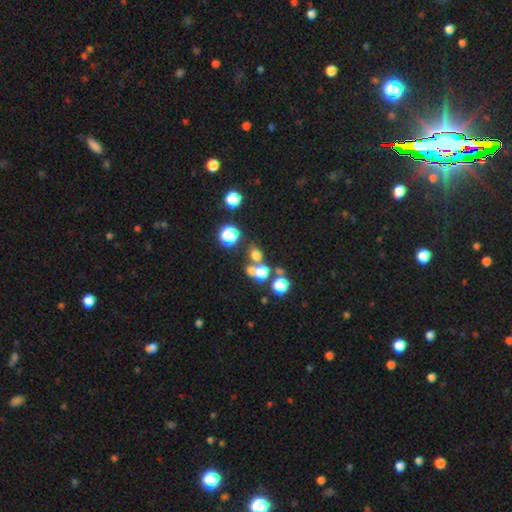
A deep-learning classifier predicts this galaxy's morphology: Smooth or featured?
  - smooth: 65% *
  - star or artifact: 24%
  - featured or disk: 12%
How rounded?
  - round: 71% *
  - in between: 28%
  - cigar-shaped: 1%
Merging?
  - none: 53% *
  - merger: 33%
  - minor disturbance: 9%
  - major disturbance: 5%